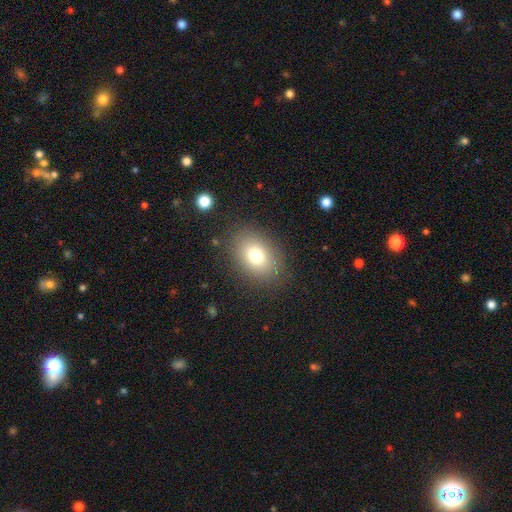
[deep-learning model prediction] Smooth or featured? smooth (76%)
How rounded? in between (72%)
Merging? none (83%)